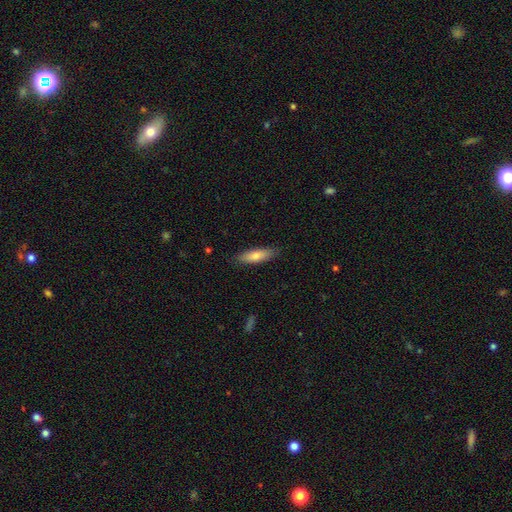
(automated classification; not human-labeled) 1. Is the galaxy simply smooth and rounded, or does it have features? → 76% smooth, 18% featured or disk, 6% star or artifact.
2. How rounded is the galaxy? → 54% cigar-shaped, 44% in between, 2% round.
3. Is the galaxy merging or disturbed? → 85% none, 12% minor disturbance, 2% major disturbance, 1% merger.